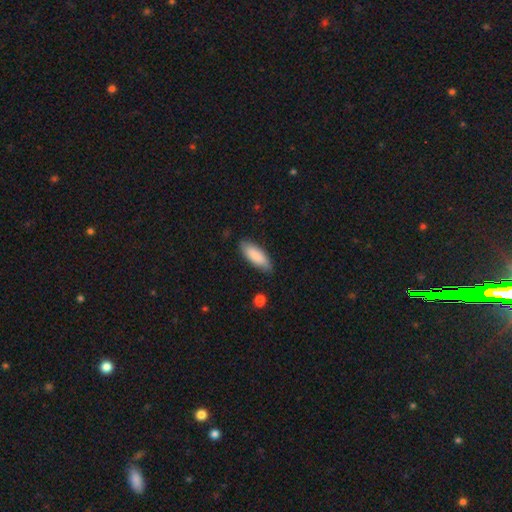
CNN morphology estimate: smooth-or-featured: smooth: 87% | featured or disk: 7% | star or artifact: 5%
  how-rounded: in between: 67% | cigar-shaped: 31% | round: 2%
  merging: none: 84% | minor disturbance: 12% | major disturbance: 2% | merger: 1%